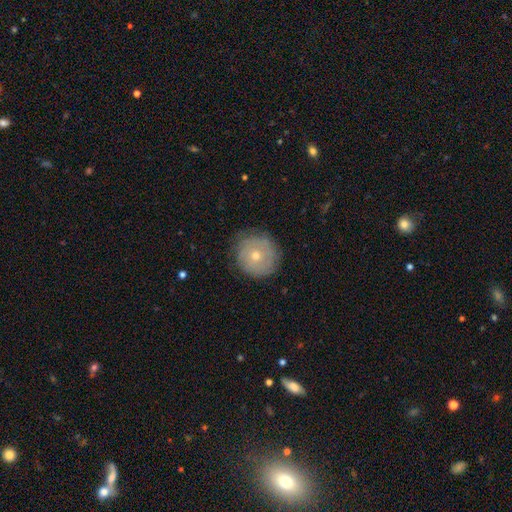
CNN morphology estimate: A smooth galaxy with no disk features (46%).

Vote fractions:
- Smooth or featured? smooth: 46% / featured or disk: 44% / star or artifact: 10%
- Merging? none: 80% / minor disturbance: 15% / major disturbance: 4% / merger: 1%